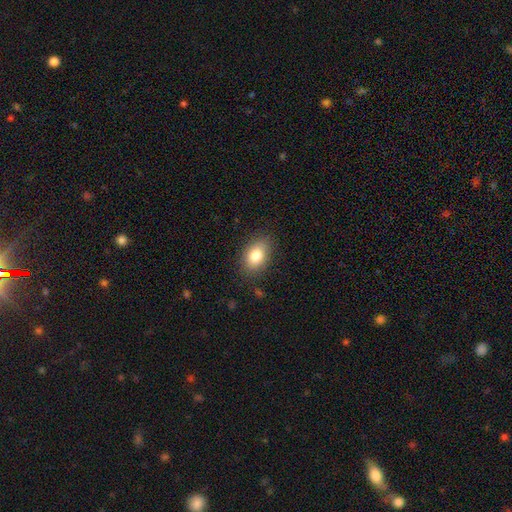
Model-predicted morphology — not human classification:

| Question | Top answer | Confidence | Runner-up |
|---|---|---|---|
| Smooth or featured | smooth | 81% | featured or disk (10%) |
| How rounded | in between | 86% | round (13%) |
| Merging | none | 84% | minor disturbance (12%) |